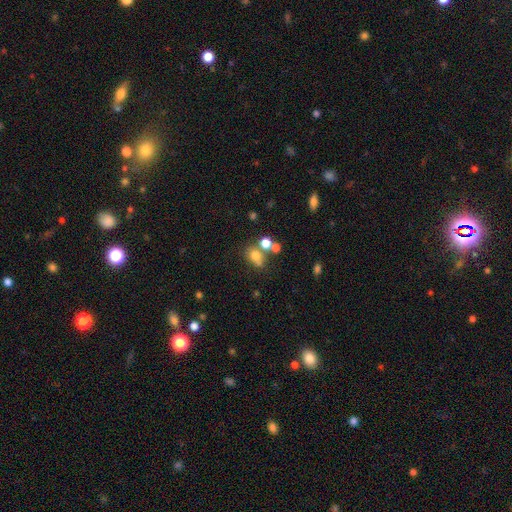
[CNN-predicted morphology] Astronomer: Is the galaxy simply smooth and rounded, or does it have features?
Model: smooth — 71%.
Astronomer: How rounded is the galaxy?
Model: round — 51% (runner-up: in between, 47%).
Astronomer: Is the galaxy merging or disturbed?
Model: none — 48% (runner-up: merger, 33%).